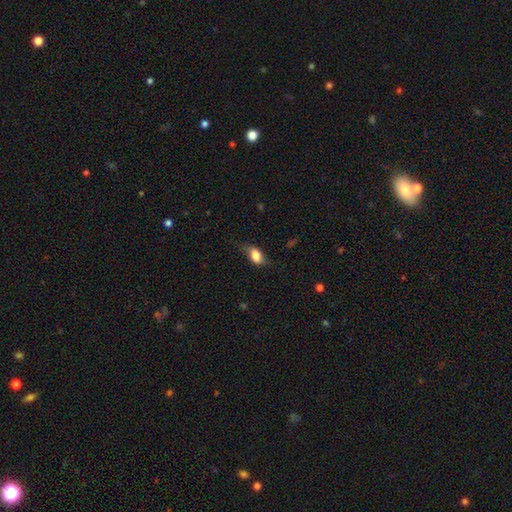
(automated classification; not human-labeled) Smooth or featured? Predicted: smooth (p=0.77). How rounded? Predicted: in between (p=0.84). Merging? Predicted: none (p=0.57).